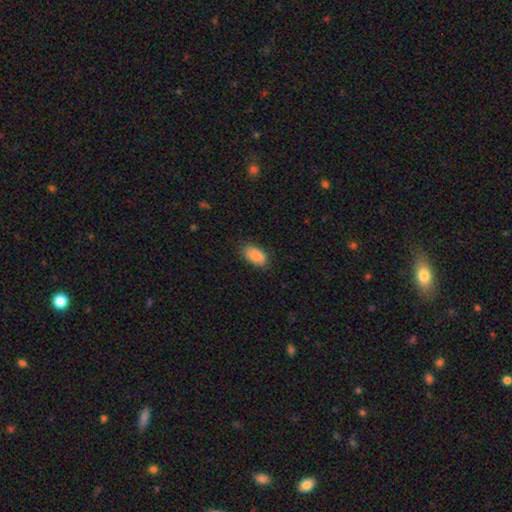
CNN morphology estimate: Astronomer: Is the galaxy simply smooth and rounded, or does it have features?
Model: smooth — 89%.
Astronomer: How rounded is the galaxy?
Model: in between — 93%.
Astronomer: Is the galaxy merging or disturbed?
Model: none — 81%.